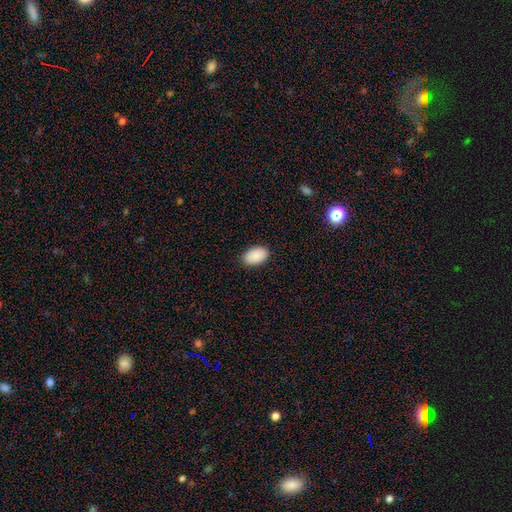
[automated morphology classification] A smooth galaxy with no disk features (91%) that is in between round and cigar-shaped (95%).

Vote fractions:
- Smooth or featured? smooth: 91% / star or artifact: 6% / featured or disk: 3%
- How rounded? in between: 95% / round: 4% / cigar-shaped: 1%
- Merging? none: 89% / minor disturbance: 8% / major disturbance: 2% / merger: 1%